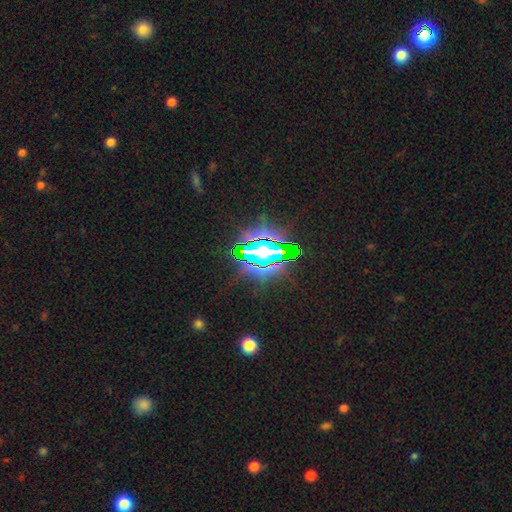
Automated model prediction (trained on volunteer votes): star or artifact 82%, smooth 10%, featured or disk 8%.